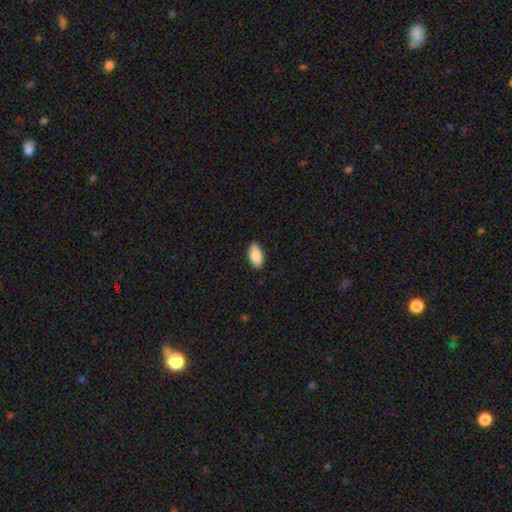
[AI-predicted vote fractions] A smooth galaxy with no disk features (87%) that is in between round and cigar-shaped (91%).

Vote fractions:
- Smooth or featured? smooth: 87% / featured or disk: 7% / star or artifact: 6%
- How rounded? in between: 91% / cigar-shaped: 6% / round: 2%
- Merging? none: 87% / minor disturbance: 10% / major disturbance: 2% / merger: 1%